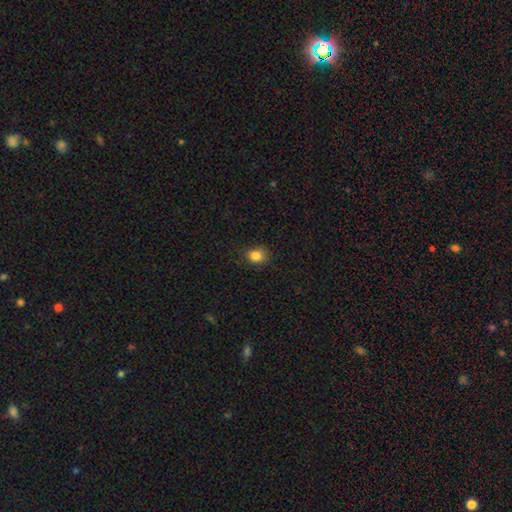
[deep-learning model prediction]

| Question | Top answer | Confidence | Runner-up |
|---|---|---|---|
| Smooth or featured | smooth | 84% | star or artifact (11%) |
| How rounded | round | 61% | in between (39%) |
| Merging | none | 82% | minor disturbance (14%) |